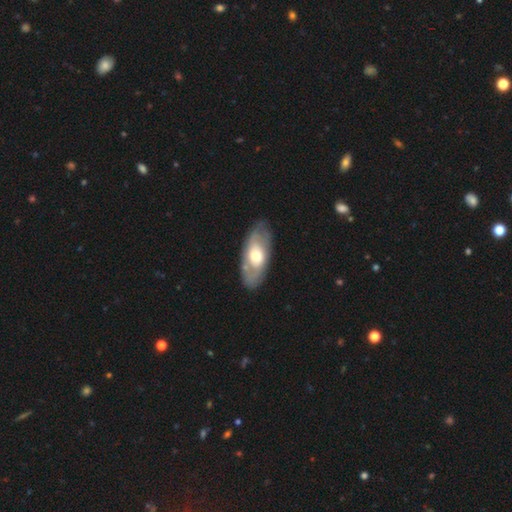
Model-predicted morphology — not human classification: smooth-or-featured: featured or disk: 55% | smooth: 40% | star or artifact: 5%
  disk-edge-on: no: 86% | yes: 14%
  merging: none: 76% | minor disturbance: 17% | major disturbance: 5% | merger: 2%